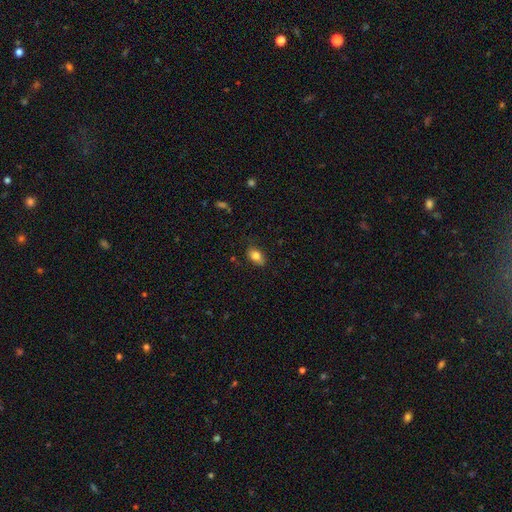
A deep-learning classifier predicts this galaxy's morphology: Overall: smooth (82%). How rounded: in between (86%). Merging: none (80%).